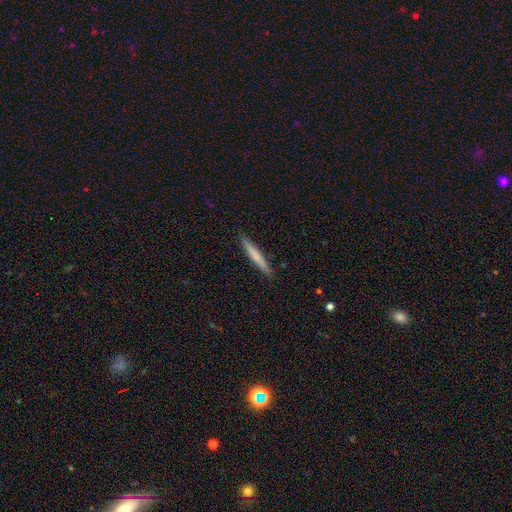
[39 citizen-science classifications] Q: Smooth or featured?
A: smooth (67%); runner-up: featured or disk (31%)
Q: How rounded?
A: cigar-shaped (100%)
Q: Merging?
A: none (89%); runner-up: minor disturbance (8%)